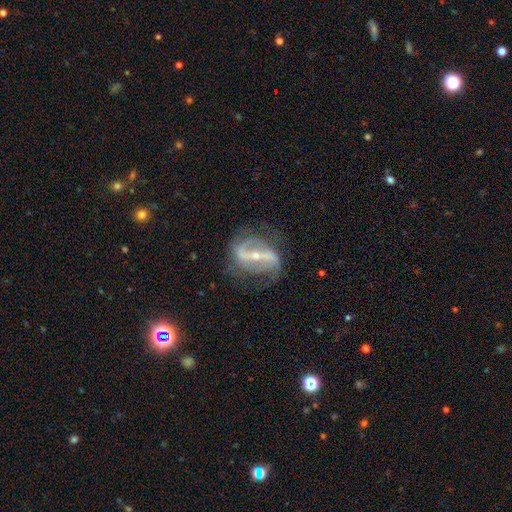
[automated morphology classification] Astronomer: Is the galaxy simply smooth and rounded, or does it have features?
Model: featured or disk — 89%.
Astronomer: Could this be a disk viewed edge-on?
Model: no — 95%.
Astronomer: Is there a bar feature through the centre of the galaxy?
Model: strong — 71%.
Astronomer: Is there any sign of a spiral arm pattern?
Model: yes — 95%.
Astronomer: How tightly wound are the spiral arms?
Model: loose — 46% (runner-up: medium, 39%).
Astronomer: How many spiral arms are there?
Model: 2 — 87%.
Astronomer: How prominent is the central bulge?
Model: small — 66%.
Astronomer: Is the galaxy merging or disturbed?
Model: none — 70%.